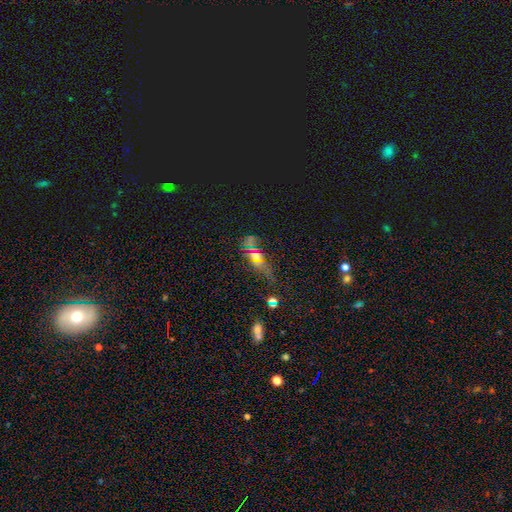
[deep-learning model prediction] smooth_or_featured: star or artifact (p=0.43) [alt: smooth p=0.37]